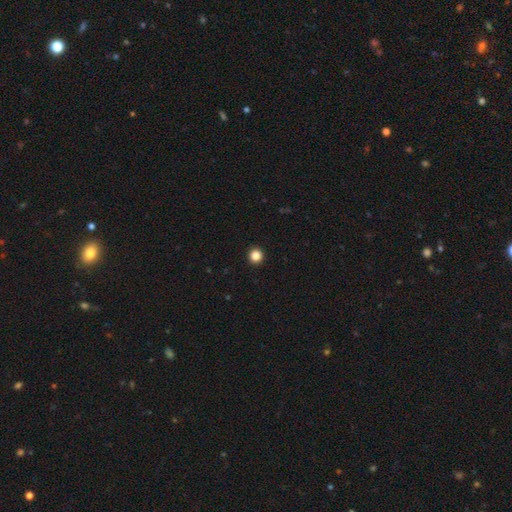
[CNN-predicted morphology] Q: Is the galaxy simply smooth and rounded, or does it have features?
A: smooth — 85%.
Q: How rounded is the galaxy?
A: round — 95%.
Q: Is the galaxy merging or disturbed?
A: none — 94%.